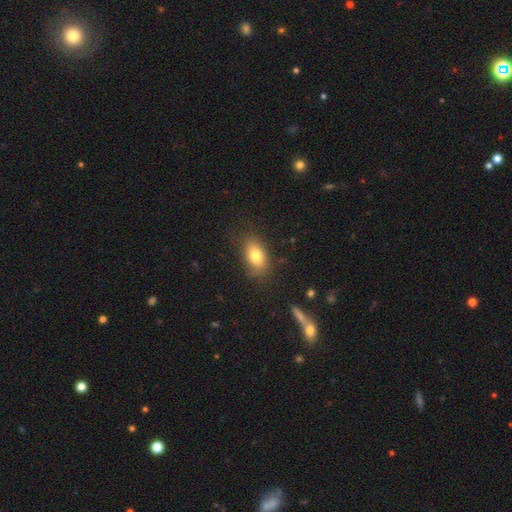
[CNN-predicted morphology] Overall: smooth (78%). How rounded: in between (87%). Merging: none (76%).